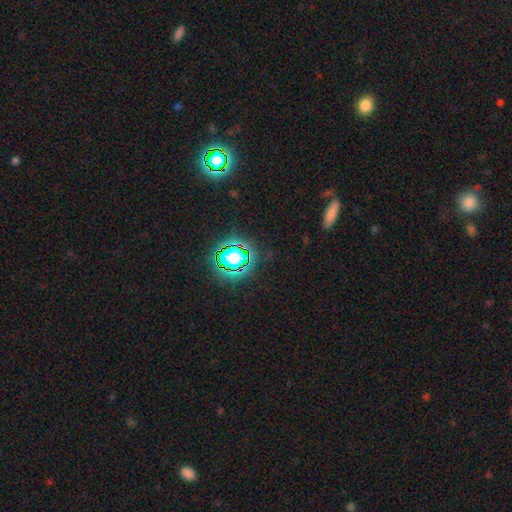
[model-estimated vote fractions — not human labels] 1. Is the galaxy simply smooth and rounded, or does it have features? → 74% star or artifact, 16% smooth, 10% featured or disk.